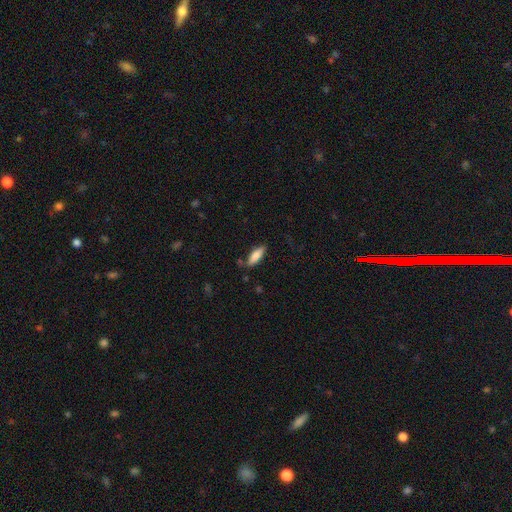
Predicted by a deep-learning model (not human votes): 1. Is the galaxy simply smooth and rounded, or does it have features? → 83% smooth, 11% featured or disk, 6% star or artifact.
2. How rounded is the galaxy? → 55% in between, 43% cigar-shaped, 2% round.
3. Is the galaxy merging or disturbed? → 77% none, 17% minor disturbance, 3% major disturbance, 3% merger.